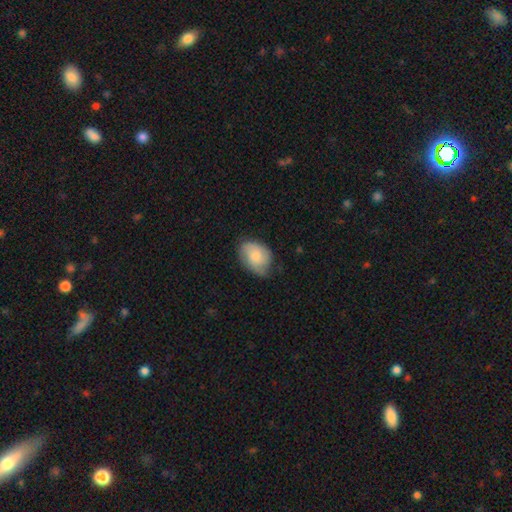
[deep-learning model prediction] The model was most divided on "merging": none: 54%, minor disturbance: 35%, major disturbance: 9%, merger: 1%. More confident: how rounded — in between (74%); smooth or featured — smooth (67%).